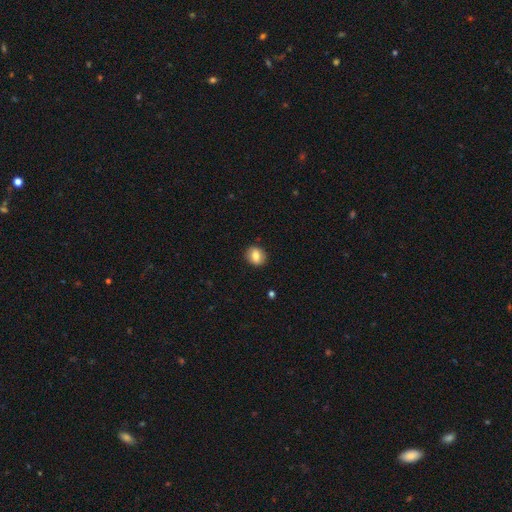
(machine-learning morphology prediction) smooth-or-featured: smooth: 79% | featured or disk: 12% | star or artifact: 9%
  how-rounded: round: 67% | in between: 32% | cigar-shaped: 1%
  merging: none: 89% | minor disturbance: 8% | major disturbance: 2% | merger: 1%